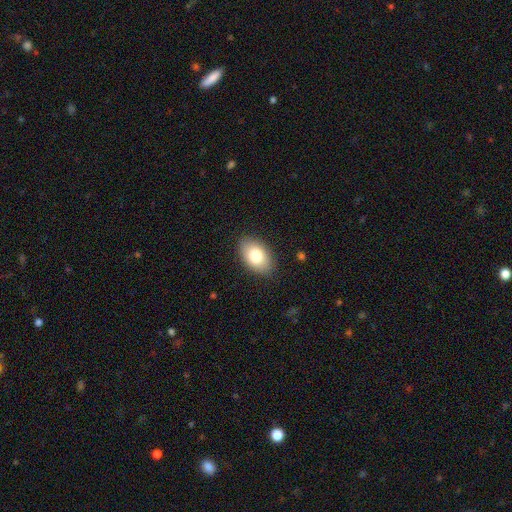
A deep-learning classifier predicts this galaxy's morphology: Q: Smooth or featured?
A: smooth (81%); runner-up: featured or disk (12%)
Q: How rounded?
A: in between (92%); runner-up: round (7%)
Q: Merging?
A: none (86%); runner-up: minor disturbance (11%)